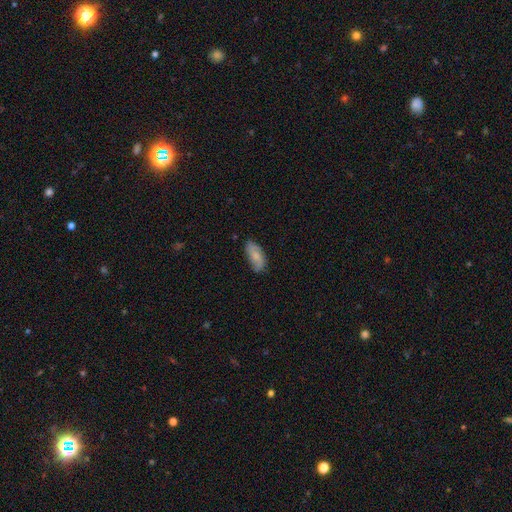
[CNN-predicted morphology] smooth 70%, featured or disk 23%, star or artifact 7%. Down the decision tree: how rounded — in between (87%); merging — none (71%).